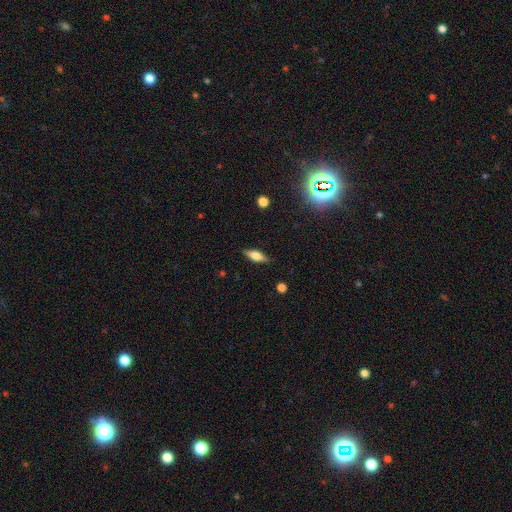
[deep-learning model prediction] Smooth or featured? smooth (59%)
How rounded? in between (63%)
Merging? none (85%)